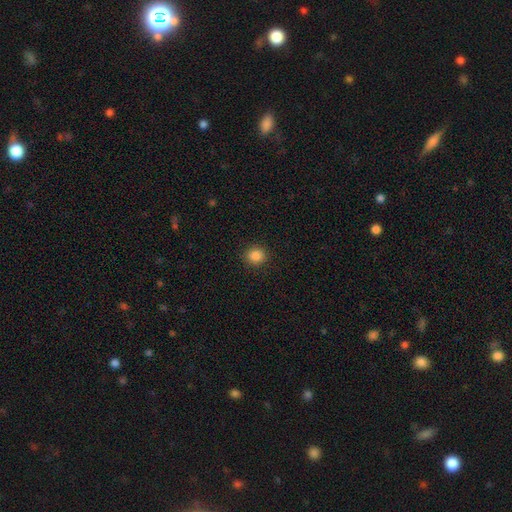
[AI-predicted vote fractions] A smooth galaxy with no disk features (86%) that is round (87%).

Vote fractions:
- Smooth or featured? smooth: 86% / star or artifact: 11% / featured or disk: 3%
- How rounded? round: 87% / in between: 13% / cigar-shaped: 1%
- Merging? none: 91% / minor disturbance: 6% / major disturbance: 2% / merger: 1%